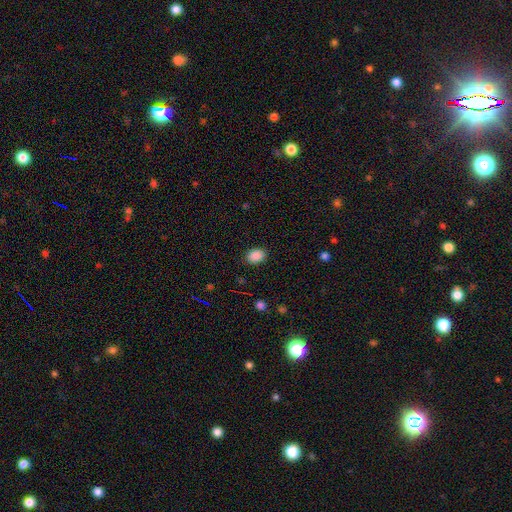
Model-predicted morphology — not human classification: A smooth galaxy with no disk features (88%) that is in between round and cigar-shaped (73%).

Vote fractions:
- Smooth or featured? smooth: 88% / star or artifact: 9% / featured or disk: 3%
- How rounded? in between: 73% / round: 26% / cigar-shaped: 1%
- Merging? none: 88% / minor disturbance: 9% / major disturbance: 3% / merger: 1%